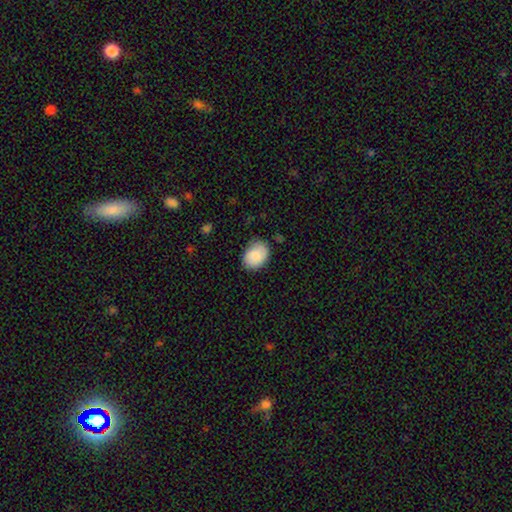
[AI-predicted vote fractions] smooth_or_featured: smooth (p=0.85) [alt: featured or disk p=0.08]
how_rounded: in between (p=0.69) [alt: round p=0.30]
merging: none (p=0.74) [alt: minor disturbance p=0.20]